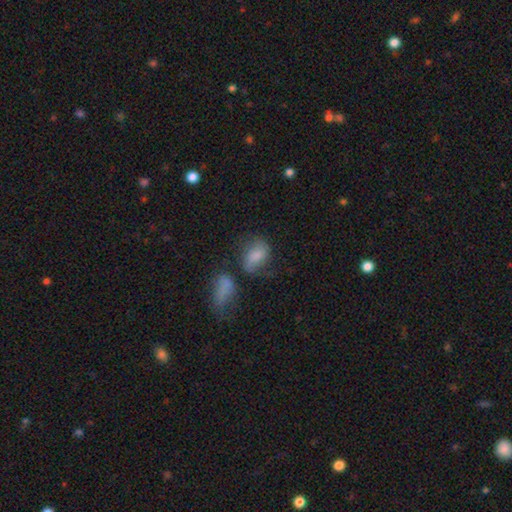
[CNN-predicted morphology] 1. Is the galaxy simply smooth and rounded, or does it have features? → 67% smooth, 23% featured or disk, 11% star or artifact.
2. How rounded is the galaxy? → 76% in between, 22% round, 2% cigar-shaped.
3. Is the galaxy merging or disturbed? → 46% none, 22% minor disturbance, 17% merger, 15% major disturbance.